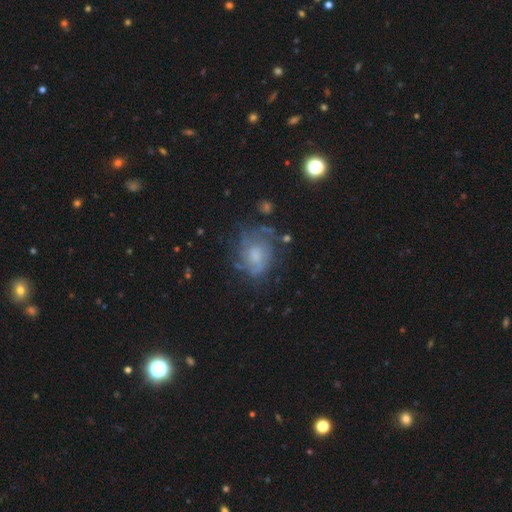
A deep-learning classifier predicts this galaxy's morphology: Smooth or featured?
  - featured or disk: 57% *
  - smooth: 32%
  - star or artifact: 12%
Edge-on disk?
  - no: 97% *
  - yes: 3%
Bar?
  - no: 69% *
  - weak: 27%
  - strong: 4%
Spiral arms?
  - yes: 65% *
  - no: 35%
Bulge size?
  - moderate: 38% *
  - small: 29%
  - none: 22%
  - large: 10%
  - dominant: 2%
Merging?
  - none: 53% *
  - minor disturbance: 24%
  - major disturbance: 19%
  - merger: 4%